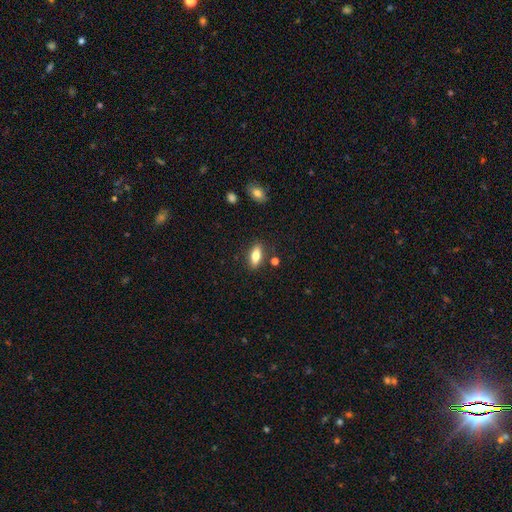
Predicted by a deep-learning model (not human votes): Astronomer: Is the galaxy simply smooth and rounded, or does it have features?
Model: smooth — 75%.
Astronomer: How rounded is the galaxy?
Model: in between — 78%.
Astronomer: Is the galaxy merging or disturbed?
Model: none — 84%.